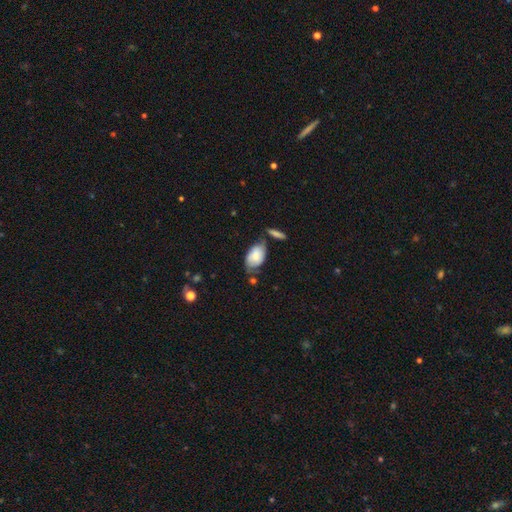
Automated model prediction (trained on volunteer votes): Smooth or featured? smooth (68%)
How rounded? in between (93%)
Merging? none (52%)